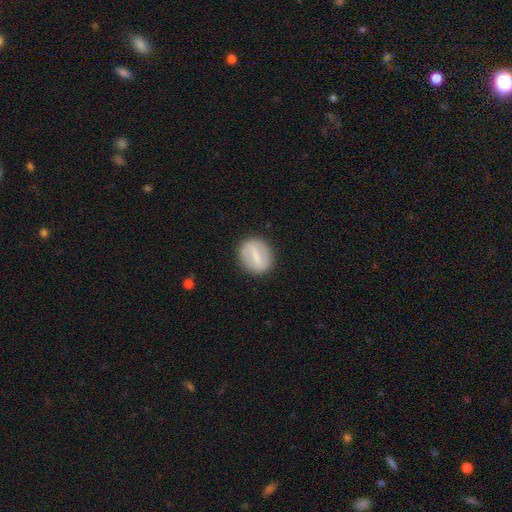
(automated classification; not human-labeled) smooth 49%, featured or disk 44%, star or artifact 7%. Down the decision tree: merging — none (85%).